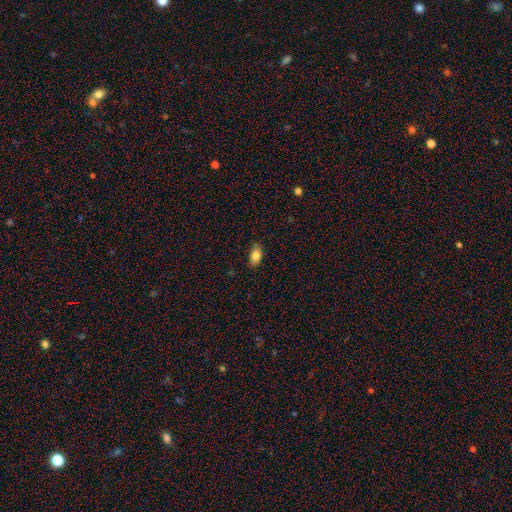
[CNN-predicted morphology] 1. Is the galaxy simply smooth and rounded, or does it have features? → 85% smooth, 8% star or artifact, 7% featured or disk.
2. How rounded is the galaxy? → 88% in between, 10% round, 2% cigar-shaped.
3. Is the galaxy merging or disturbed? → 84% none, 13% minor disturbance, 2% major disturbance, 1% merger.